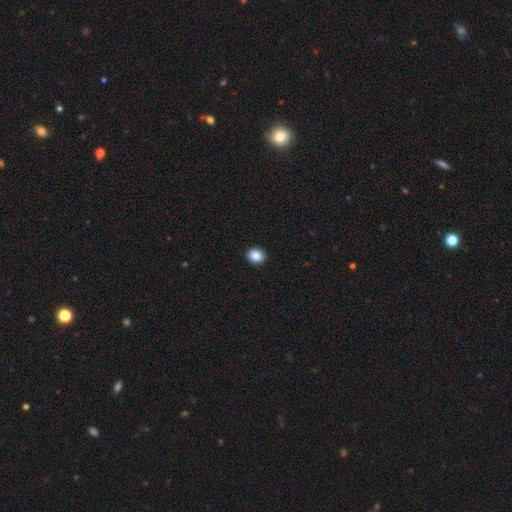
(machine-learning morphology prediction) The model was most divided on "how rounded": round: 54%, in between: 45%, cigar-shaped: 1%. More confident: merging — none (92%); smooth or featured — smooth (89%).